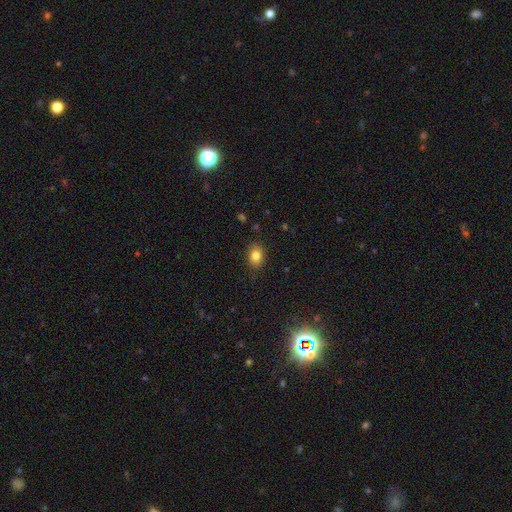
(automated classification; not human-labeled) Q: Smooth or featured?
A: smooth (84%); runner-up: star or artifact (10%)
Q: How rounded?
A: in between (72%); runner-up: round (27%)
Q: Merging?
A: none (84%); runner-up: minor disturbance (12%)